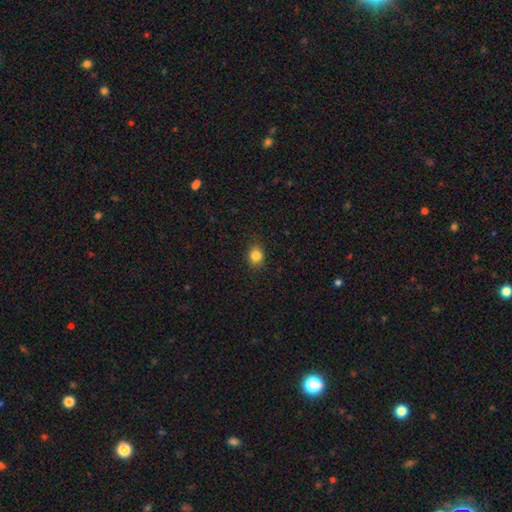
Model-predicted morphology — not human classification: A smooth galaxy with no disk features (85%) that is round (65%). Merging: none (86%).